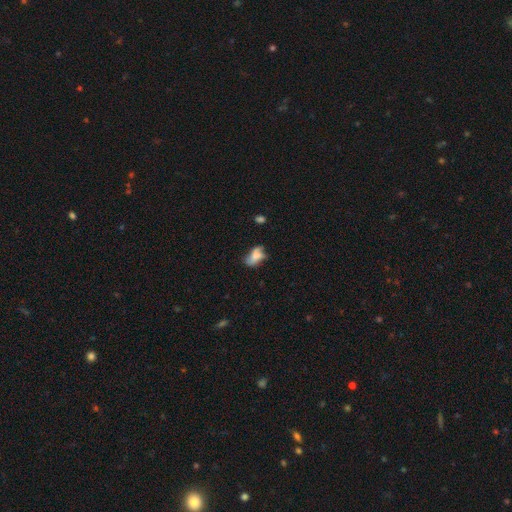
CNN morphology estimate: Smooth or featured? Predicted: smooth (p=0.58). How rounded? Predicted: in between (p=0.84). Merging? Predicted: none (p=0.40).